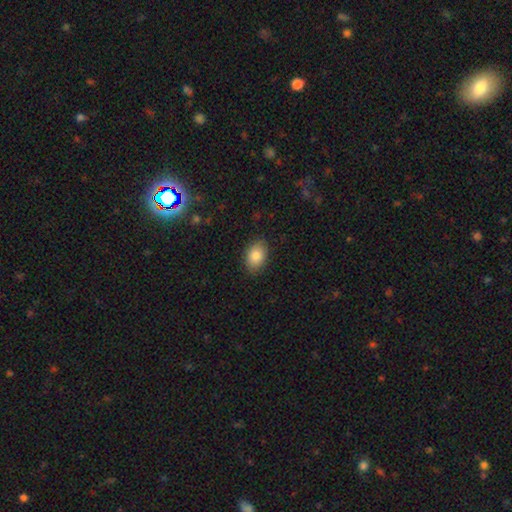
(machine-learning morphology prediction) smooth_or_featured: smooth (p=0.84) [alt: featured or disk p=0.08]
how_rounded: in between (p=0.82) [alt: round p=0.17]
merging: none (p=0.86) [alt: minor disturbance p=0.10]